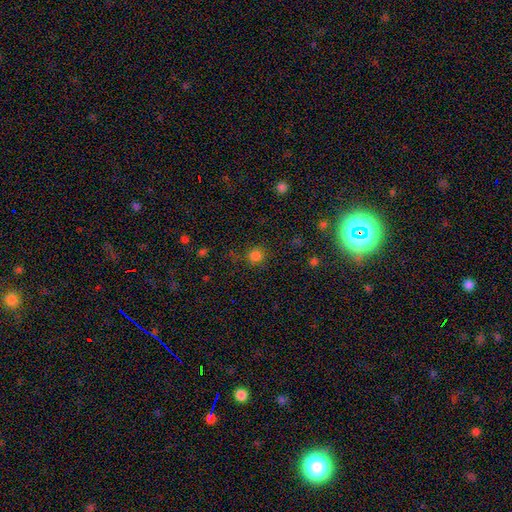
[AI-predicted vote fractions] The model was most divided on "smooth or featured": smooth: 80%, star or artifact: 16%, featured or disk: 4%. More confident: how rounded — round (90%); merging — none (78%).